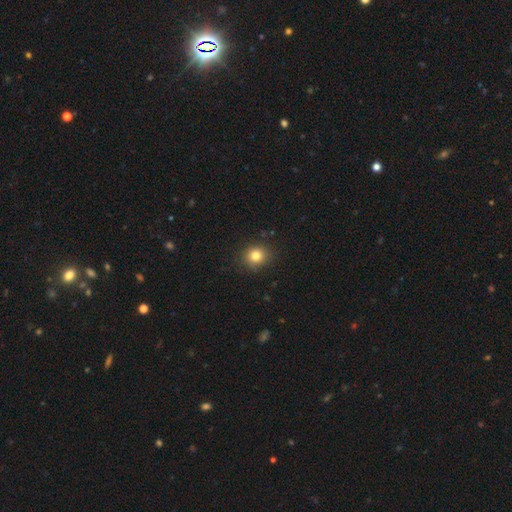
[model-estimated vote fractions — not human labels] smooth 81%, star or artifact 12%, featured or disk 6%. Down the decision tree: how rounded — round (83%); merging — none (85%).